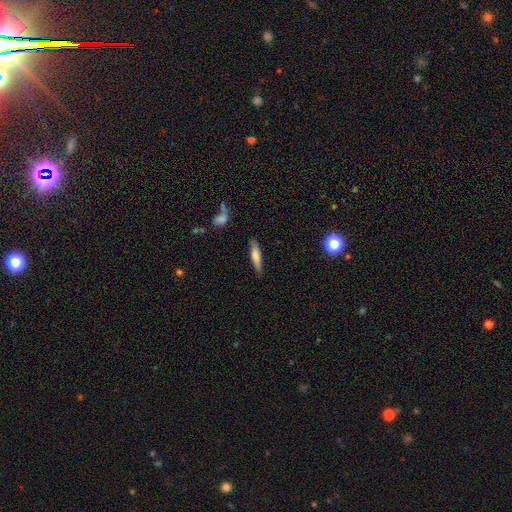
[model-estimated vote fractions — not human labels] Smooth or featured?
  - smooth: 68% *
  - featured or disk: 25%
  - star or artifact: 7%
How rounded?
  - cigar-shaped: 81% *
  - in between: 17%
  - round: 2%
Merging?
  - none: 82% *
  - minor disturbance: 13%
  - major disturbance: 3%
  - merger: 2%